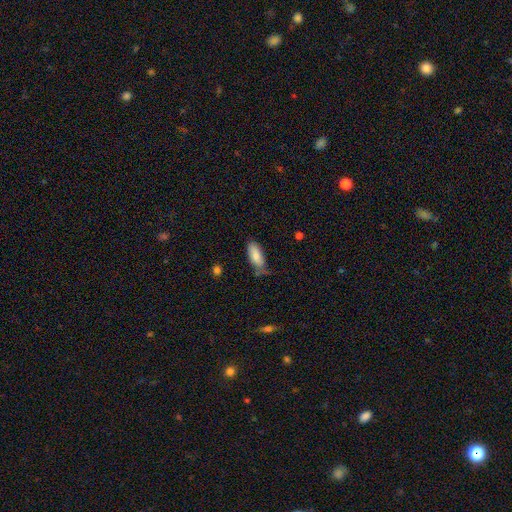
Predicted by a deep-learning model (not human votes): This appears to be a smooth galaxy with no disk features (81%) that is in between round and cigar-shaped (79%). Merging: none (56%).